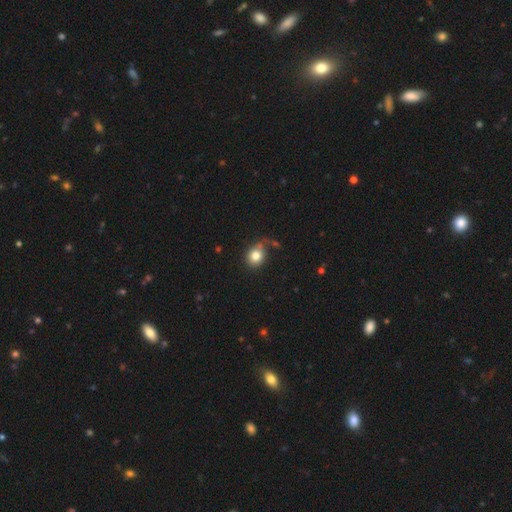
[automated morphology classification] The model was most divided on "merging": none: 56%, minor disturbance: 22%, major disturbance: 14%, merger: 8%. More confident: smooth or featured — smooth (81%); how rounded — round (73%).